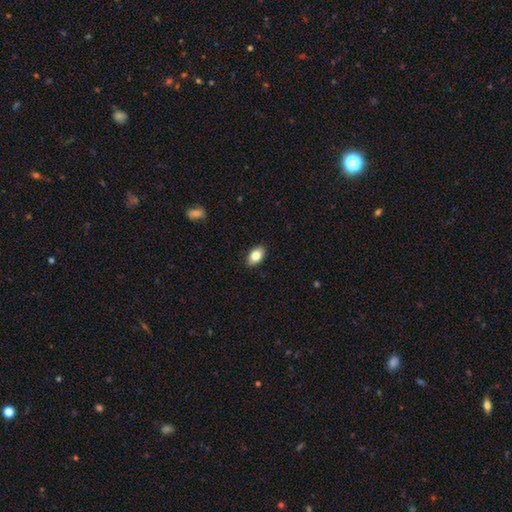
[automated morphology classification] The model was most divided on "smooth or featured": smooth: 83%, featured or disk: 10%, star or artifact: 7%. More confident: how rounded — in between (91%); merging — none (89%).